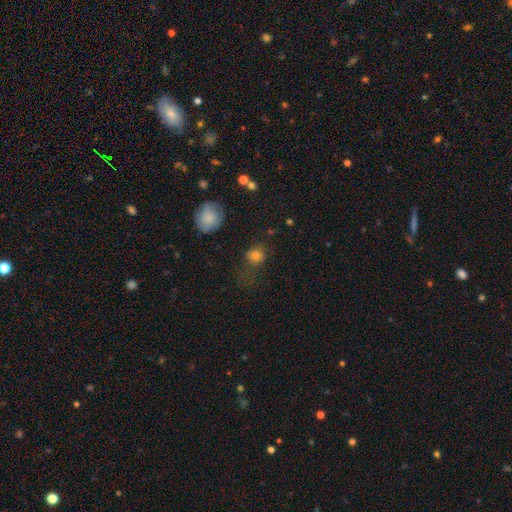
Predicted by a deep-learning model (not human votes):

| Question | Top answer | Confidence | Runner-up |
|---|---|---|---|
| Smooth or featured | smooth | 76% | star or artifact (15%) |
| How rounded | round | 73% | in between (26%) |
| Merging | none | 58% | minor disturbance (21%) |